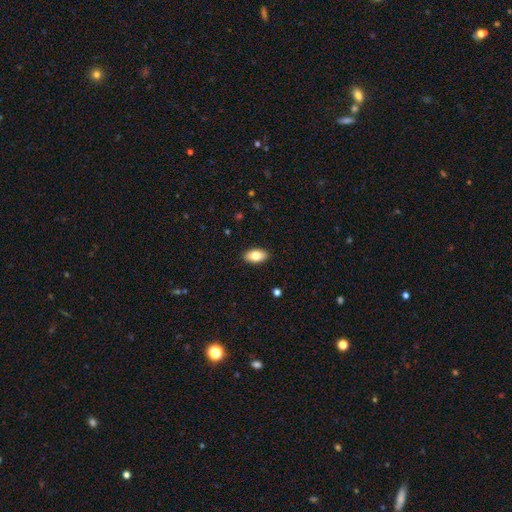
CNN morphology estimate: Smooth or featured: smooth — 81% (featured or disk — 12%)
How rounded: in between — 94% (round — 4%)
Merging: none — 90% (minor disturbance — 8%)